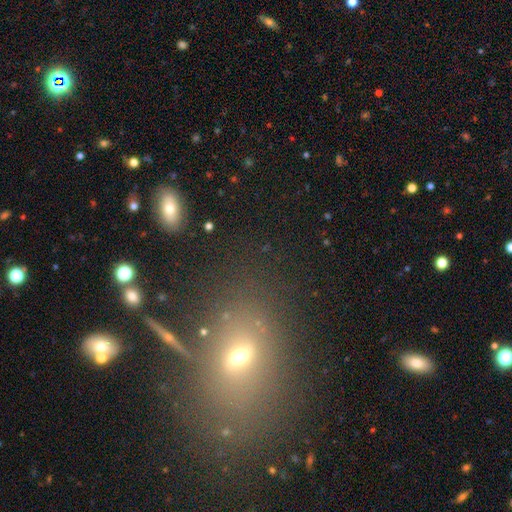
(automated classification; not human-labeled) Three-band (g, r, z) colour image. It shows a smooth galaxy with no disk features (45%). Merging: none (73%).